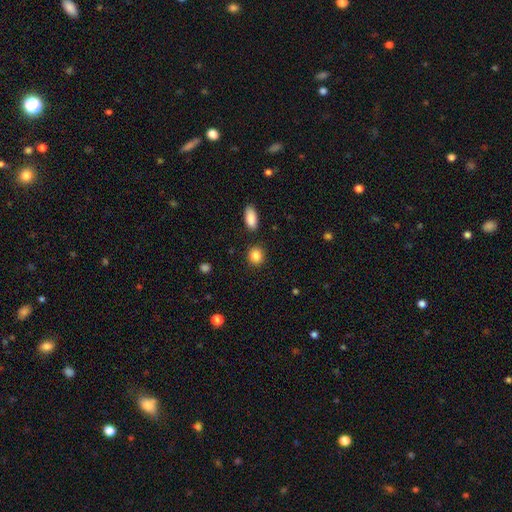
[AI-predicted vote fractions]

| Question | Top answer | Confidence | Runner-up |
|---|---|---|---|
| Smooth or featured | smooth | 87% | star or artifact (9%) |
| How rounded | round | 76% | in between (22%) |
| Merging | none | 87% | minor disturbance (7%) |